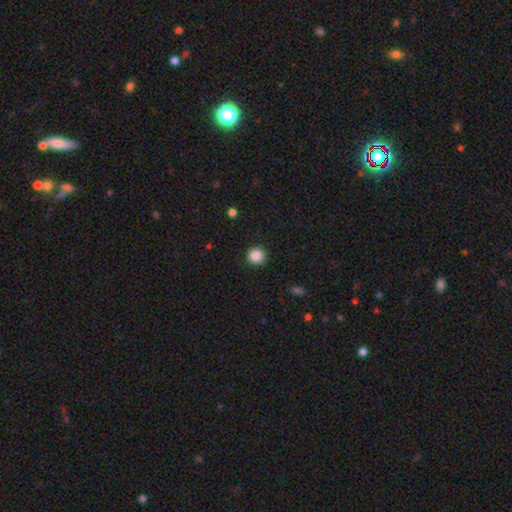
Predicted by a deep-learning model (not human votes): This is clearly a smooth galaxy (87%). How rounded: clearly round (94%). Merging: clearly none (91%).